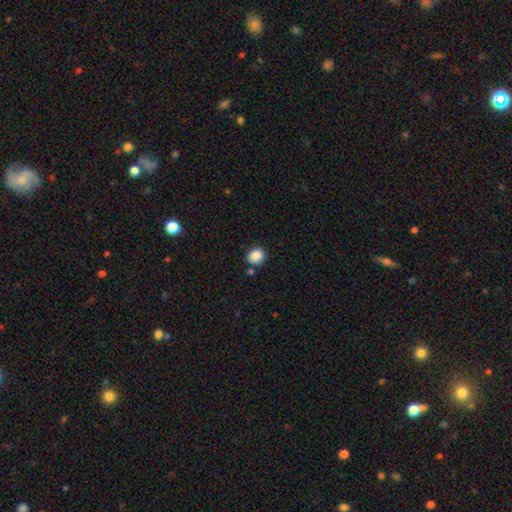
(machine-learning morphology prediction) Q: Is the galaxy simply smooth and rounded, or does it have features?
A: smooth — 87%.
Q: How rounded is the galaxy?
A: round — 63%.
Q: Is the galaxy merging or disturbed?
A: none — 78%.